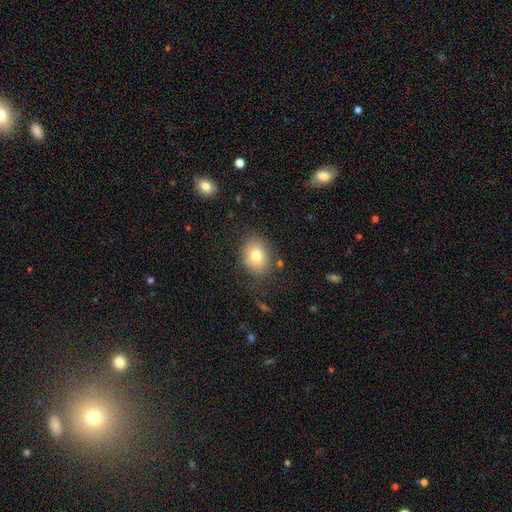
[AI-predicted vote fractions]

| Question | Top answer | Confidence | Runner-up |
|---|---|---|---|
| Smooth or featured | smooth | 76% | featured or disk (15%) |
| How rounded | in between | 54% | round (45%) |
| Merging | none | 78% | minor disturbance (15%) |